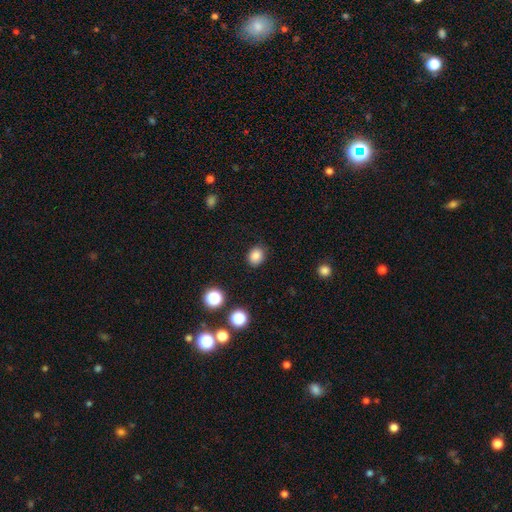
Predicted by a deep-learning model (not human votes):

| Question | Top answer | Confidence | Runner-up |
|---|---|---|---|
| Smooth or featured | smooth | 84% | star or artifact (11%) |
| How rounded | round | 55% | in between (44%) |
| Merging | none | 86% | minor disturbance (10%) |